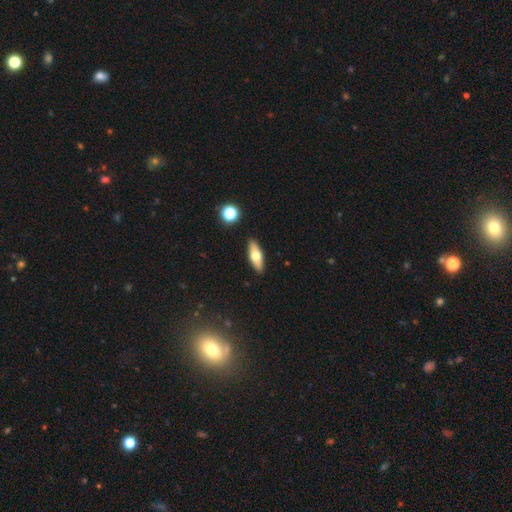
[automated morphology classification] Overall: smooth (58%; featured or disk 35%). How rounded: in between (62%; cigar-shaped 35%). Merging: none (89%).